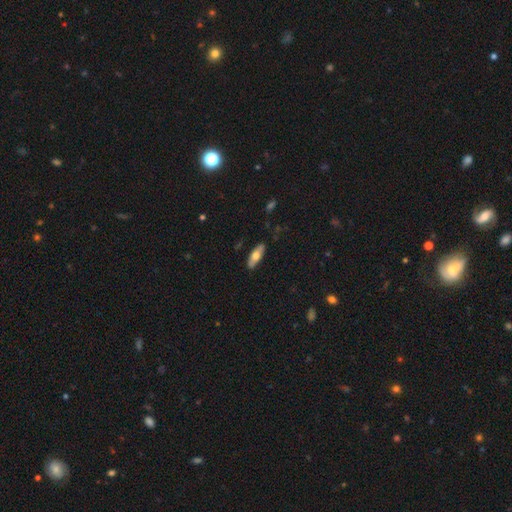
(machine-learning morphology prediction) type=smooth (61%); roundness=in between (62%); merging=none (87%).